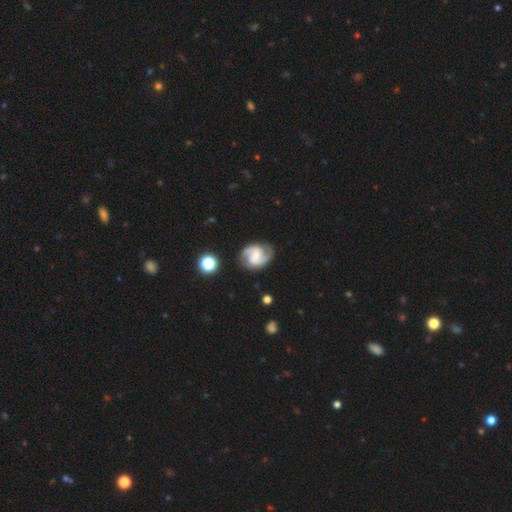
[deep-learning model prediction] Smooth or featured? Predicted: featured or disk (p=0.87). Edge-on disk? Predicted: no (p=0.98). Bar? Predicted: weak (p=0.47). Spiral arms? Predicted: yes (p=0.97). Spiral winding? Predicted: medium (p=0.55). Spiral arm count? Predicted: 2 (p=0.92). Bulge size? Predicted: small (p=0.49). Merging? Predicted: none (p=0.82).